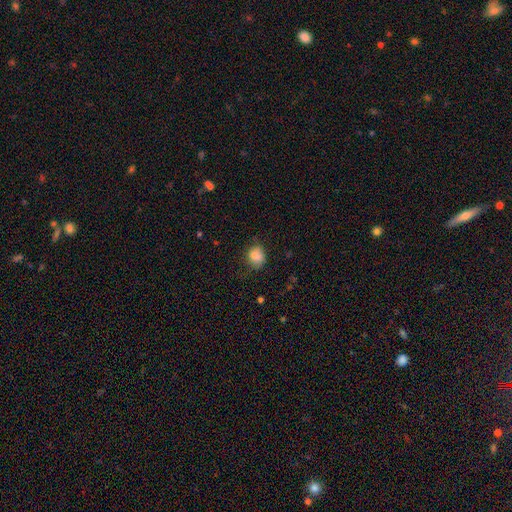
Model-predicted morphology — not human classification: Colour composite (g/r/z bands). It shows a smooth galaxy with no disk features (79%) that is round (59%). Merging: none (57%).